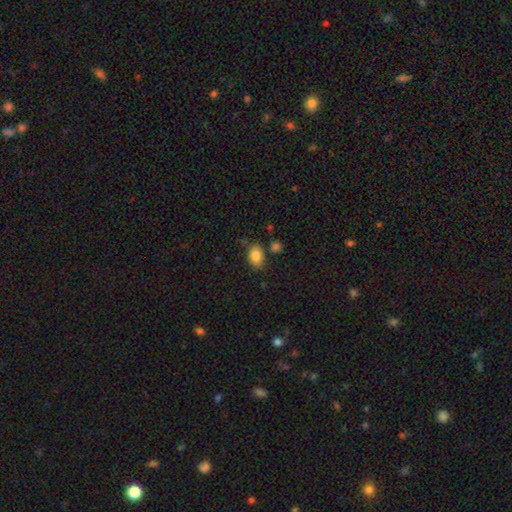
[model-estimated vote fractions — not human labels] Smooth or featured: smooth — 84% (star or artifact — 9%)
How rounded: in between — 84% (round — 15%)
Merging: none — 75% (minor disturbance — 15%)